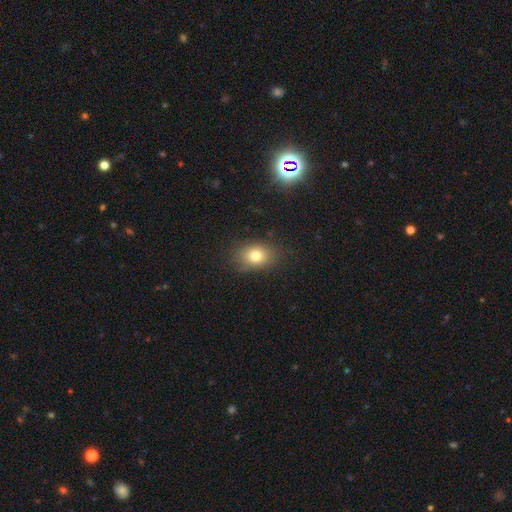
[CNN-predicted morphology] Overall: smooth (78%). How rounded: in between (66%; round 33%). Merging: none (80%).